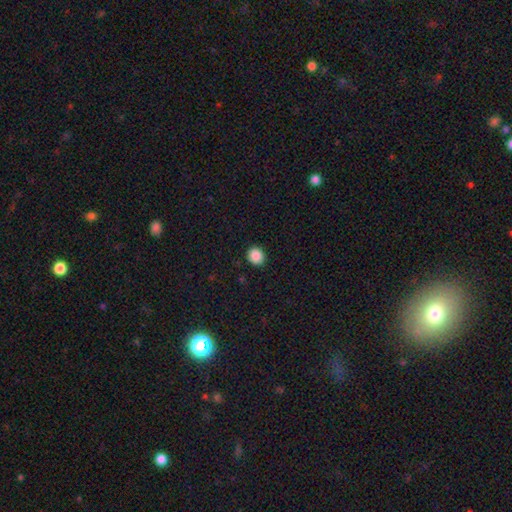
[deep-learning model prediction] Smooth or featured? Predicted: smooth (p=0.89). How rounded? Predicted: round (p=0.76). Merging? Predicted: none (p=0.91).